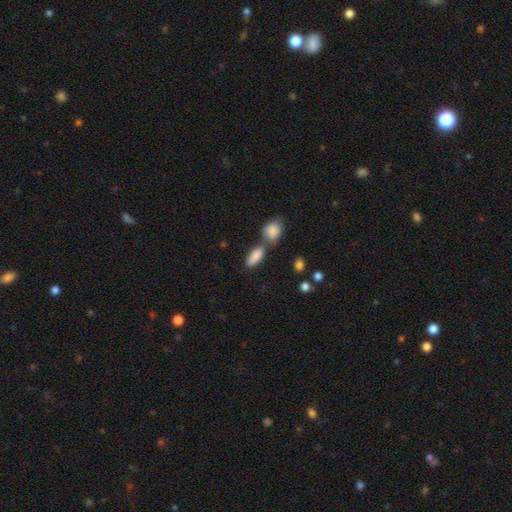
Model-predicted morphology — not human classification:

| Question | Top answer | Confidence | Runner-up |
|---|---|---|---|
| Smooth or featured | smooth | 86% | star or artifact (7%) |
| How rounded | in between | 80% | cigar-shaped (16%) |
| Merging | none | 48% | merger (36%) |